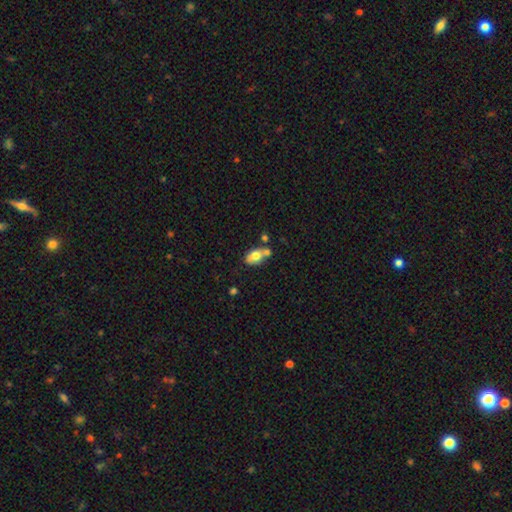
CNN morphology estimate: Smooth or featured? smooth (67%)
How rounded? in between (84%)
Merging? none (44%)